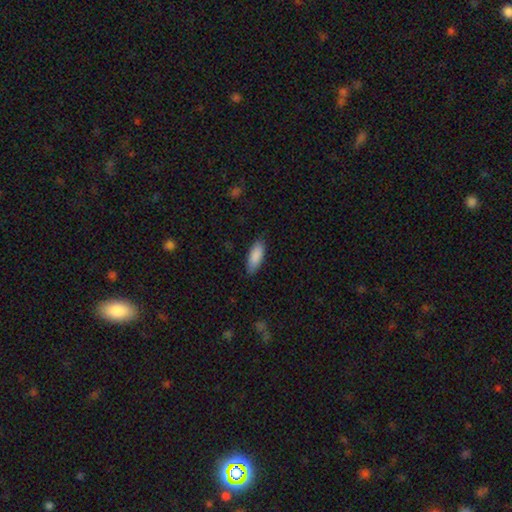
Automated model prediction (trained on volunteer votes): smooth 89%, star or artifact 6%, featured or disk 5%. Down the decision tree: how rounded — in between (73%); merging — none (84%).